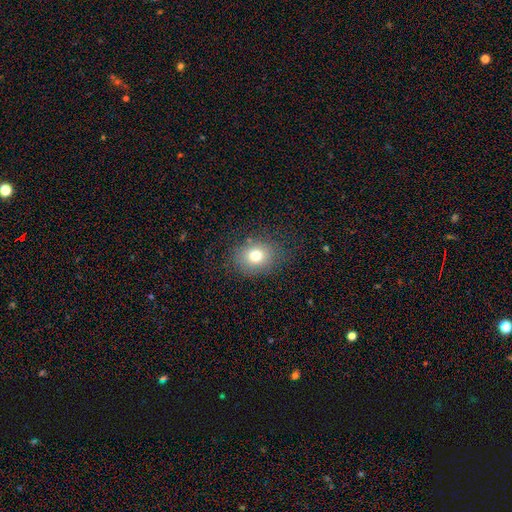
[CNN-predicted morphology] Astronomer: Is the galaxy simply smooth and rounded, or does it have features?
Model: smooth — 75%.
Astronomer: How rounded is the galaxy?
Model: round — 61% (runner-up: in between, 38%).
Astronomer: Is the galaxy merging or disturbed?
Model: none — 81%.